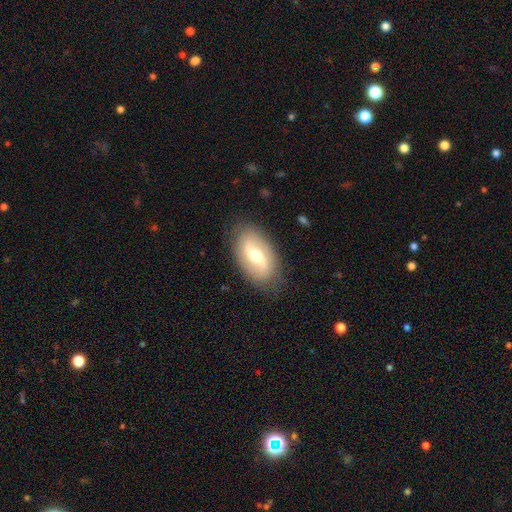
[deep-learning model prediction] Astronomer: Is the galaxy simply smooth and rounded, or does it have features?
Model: featured or disk — 66%.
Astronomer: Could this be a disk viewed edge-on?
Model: no — 93%.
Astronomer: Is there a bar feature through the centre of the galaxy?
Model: weak — 48% (runner-up: strong, 27%).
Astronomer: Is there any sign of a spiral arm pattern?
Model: yes — 79%.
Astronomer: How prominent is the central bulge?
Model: moderate — 69%.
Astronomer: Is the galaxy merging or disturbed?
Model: none — 84%.